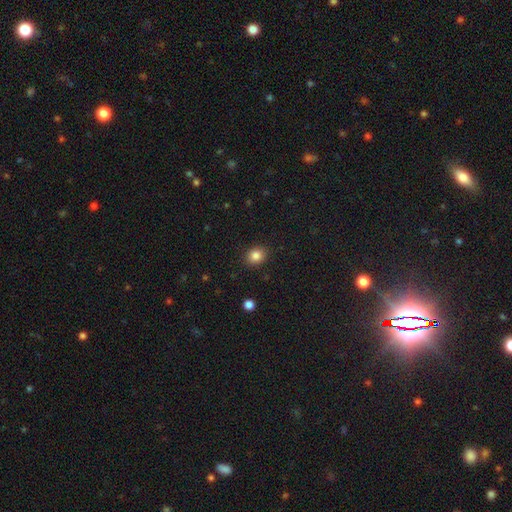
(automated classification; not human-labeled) Overall: smooth (85%). How rounded: round (66%; in between 33%). Merging: none (89%).